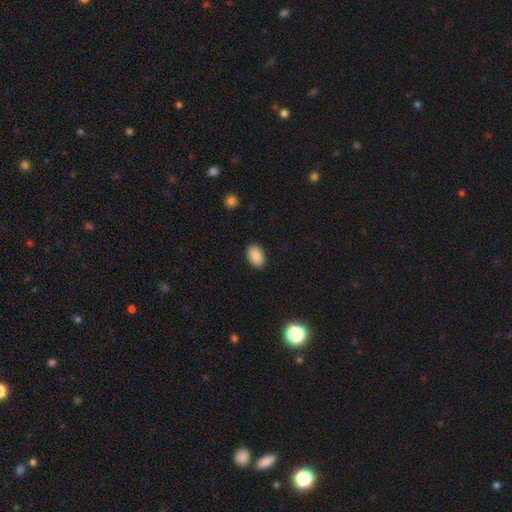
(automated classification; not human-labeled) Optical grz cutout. It shows a smooth galaxy with no disk features (89%) that is in between round and cigar-shaped (90%). Merging: none (89%).